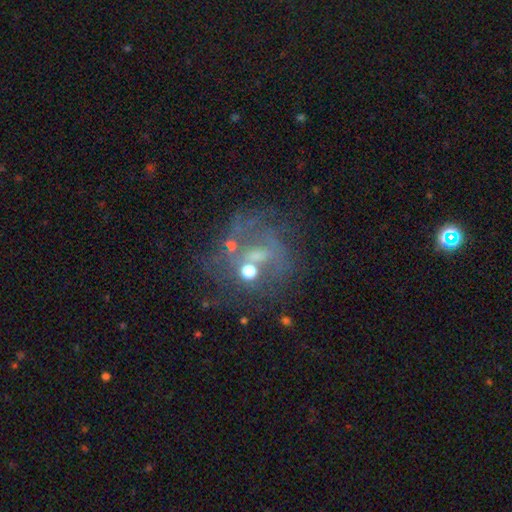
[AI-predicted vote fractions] A featured or disk galaxy (55%) with no bar (64%), no spiral arms (59%) and a small central bulge (41%). Merging: none (47%).